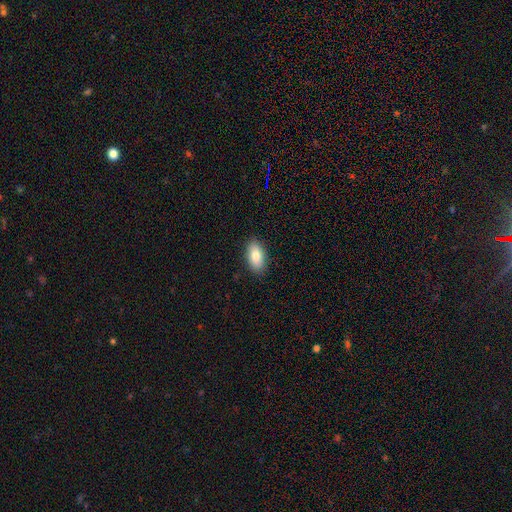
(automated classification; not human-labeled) This is clearly a smooth galaxy (83%). How rounded: clearly in between (92%). Merging: clearly none (88%).